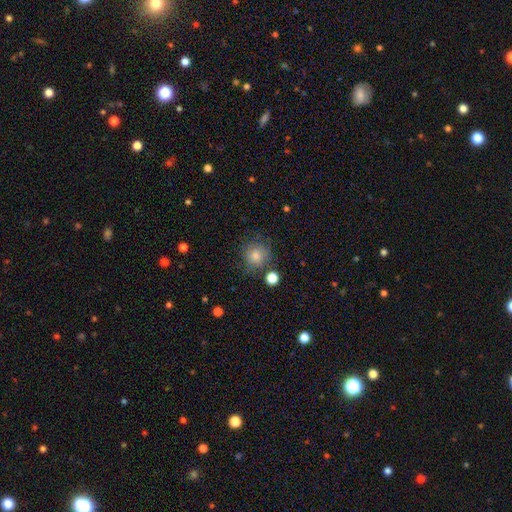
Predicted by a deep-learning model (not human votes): This appears to be a smooth galaxy with no disk features (67%) that is round (91%). Merging: none (75%).